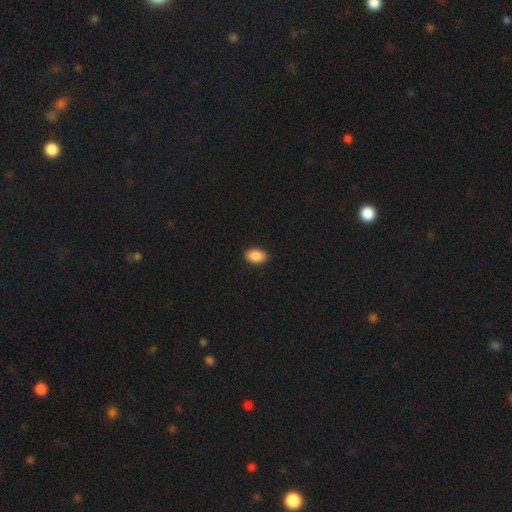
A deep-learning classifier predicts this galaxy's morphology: A smooth galaxy with no disk features (90%) that is in between round and cigar-shaped (92%). Merging: none (90%).